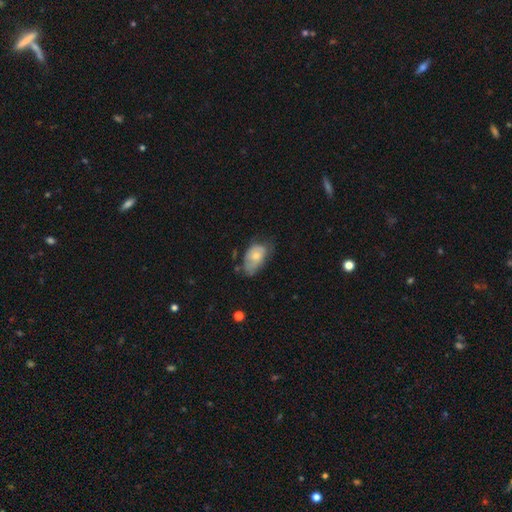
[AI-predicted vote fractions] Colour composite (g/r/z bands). It shows a smooth galaxy with no disk features (62%) that is in between round and cigar-shaped (91%). Merging: minor disturbance (40%).